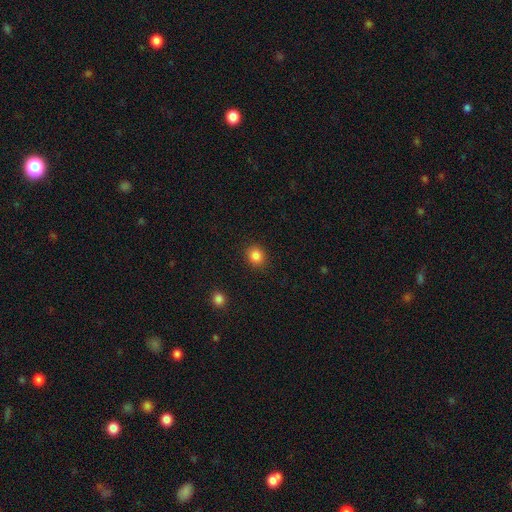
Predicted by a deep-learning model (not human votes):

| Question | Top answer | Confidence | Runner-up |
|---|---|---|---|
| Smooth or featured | smooth | 86% | star or artifact (11%) |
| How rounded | round | 75% | in between (24%) |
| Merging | none | 89% | minor disturbance (7%) |